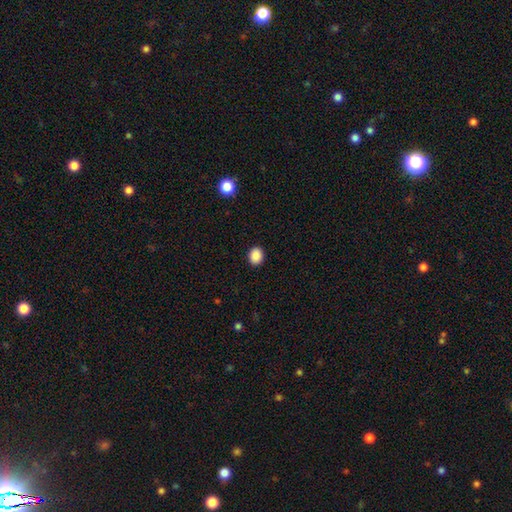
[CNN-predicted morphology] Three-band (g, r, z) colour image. It shows a smooth galaxy with no disk features (88%) that is round (53%). Merging: none (92%).